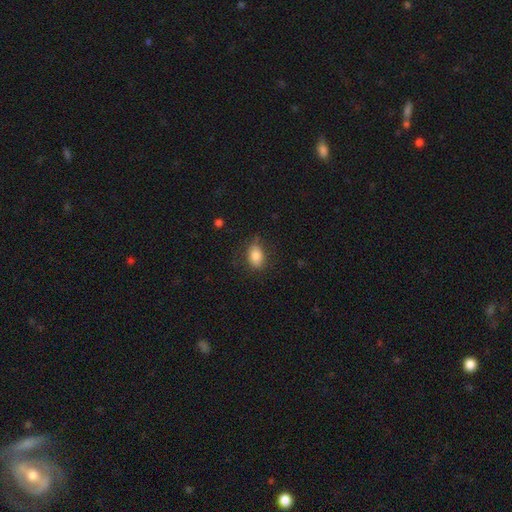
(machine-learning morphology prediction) This appears to be a smooth galaxy with no disk features (83%) that is in between round and cigar-shaped (84%). Merging: none (74%).